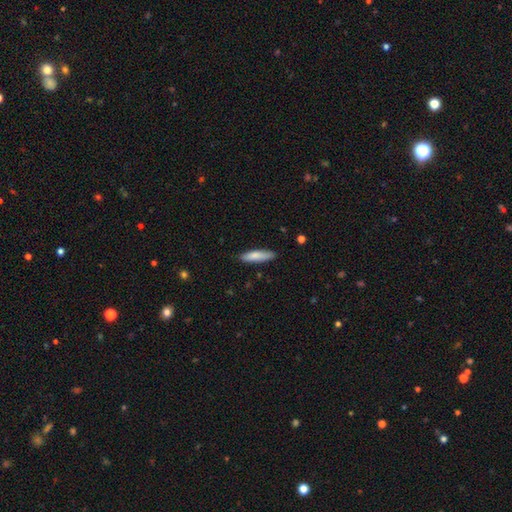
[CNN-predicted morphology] type=smooth (81%); roundness=cigar-shaped (72%); merging=none (85%).